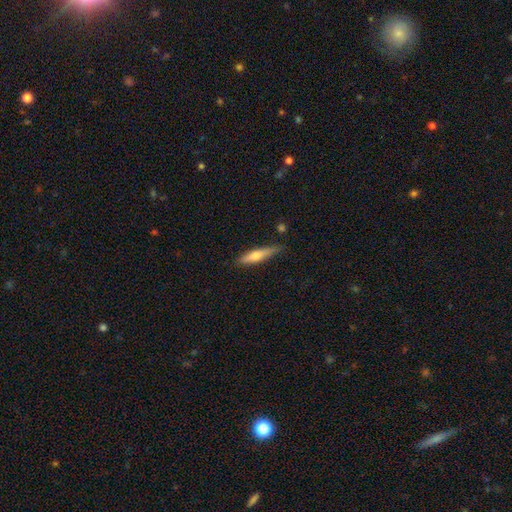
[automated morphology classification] Smooth or featured? smooth (61%)
How rounded? cigar-shaped (83%)
Merging? none (76%)